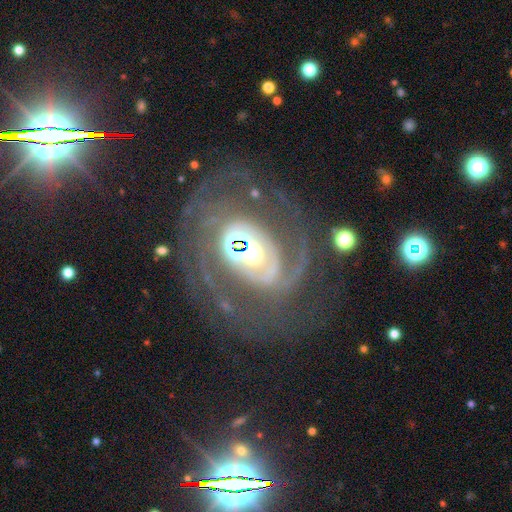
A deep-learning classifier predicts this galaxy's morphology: Smooth or featured? featured or disk (87%)
Edge-on disk? no (97%)
Bar? no (43%)
Spiral arms? yes (91%)
Spiral winding? tight (57%)
Spiral arm count? 2 (43%)
Bulge size? moderate (56%)
Merging? none (68%)